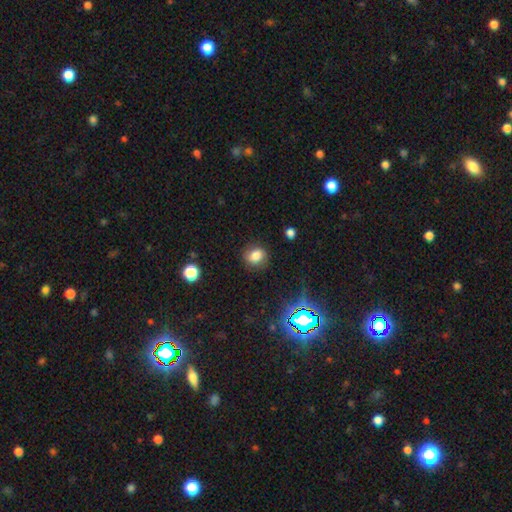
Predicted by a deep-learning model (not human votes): Smooth or featured? smooth (77%)
How rounded? round (63%)
Merging? none (82%)